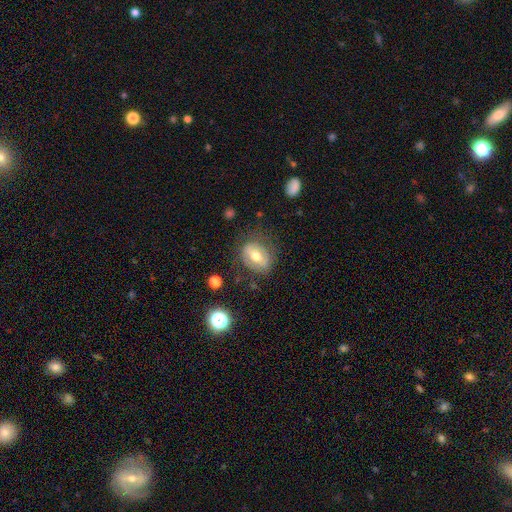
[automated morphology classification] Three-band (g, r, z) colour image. It shows a featured or disk galaxy (50%). Merging: none (69%).